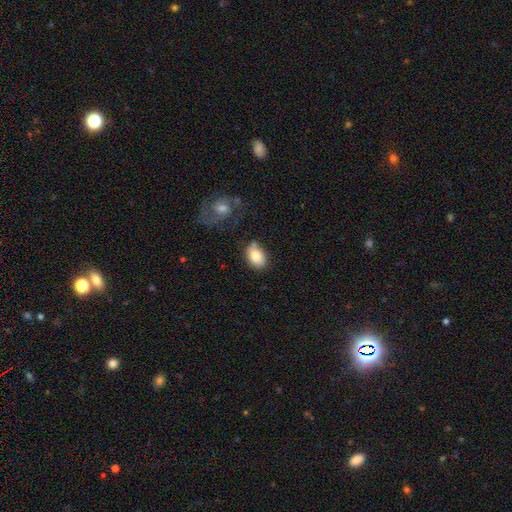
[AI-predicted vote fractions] A smooth galaxy with no disk features (82%) that is in between round and cigar-shaped (84%).

Vote fractions:
- Smooth or featured? smooth: 82% / featured or disk: 11% / star or artifact: 7%
- How rounded? in between: 84% / round: 15% / cigar-shaped: 1%
- Merging? none: 69% / minor disturbance: 19% / merger: 7% / major disturbance: 5%